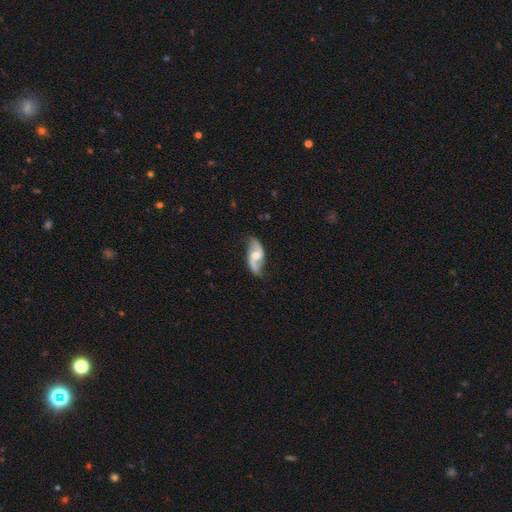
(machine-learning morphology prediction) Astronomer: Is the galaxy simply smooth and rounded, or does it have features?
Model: featured or disk — 82%.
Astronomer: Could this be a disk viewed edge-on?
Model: no — 95%.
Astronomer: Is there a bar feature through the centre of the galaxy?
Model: no — 45% (runner-up: weak, 43%).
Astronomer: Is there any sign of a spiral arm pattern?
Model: yes — 94%.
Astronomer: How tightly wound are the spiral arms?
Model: loose — 70%.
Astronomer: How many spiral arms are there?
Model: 2 — 92%.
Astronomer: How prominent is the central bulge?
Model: moderate — 66%.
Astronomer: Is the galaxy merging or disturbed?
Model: none — 76%.